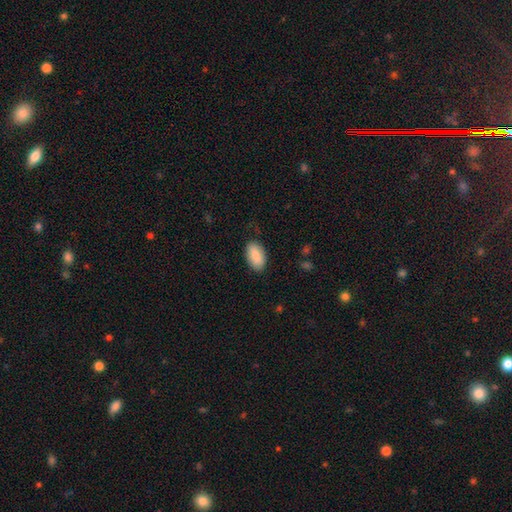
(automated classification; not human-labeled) This appears to be a smooth galaxy with no disk features (88%) that is in between round and cigar-shaped (95%). Merging: none (85%).